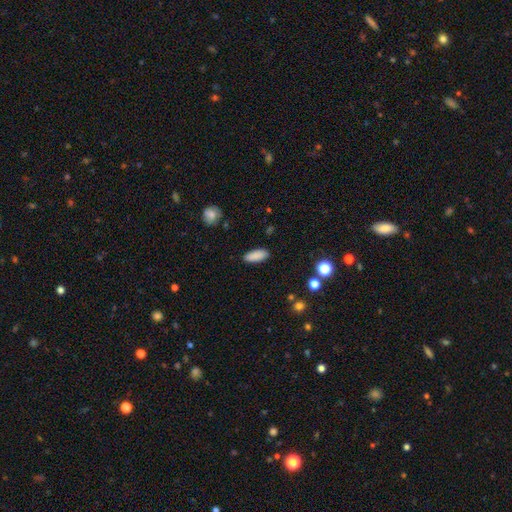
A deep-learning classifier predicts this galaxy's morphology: A smooth galaxy with no disk features (88%) that is in between round and cigar-shaped (75%).

Vote fractions:
- Smooth or featured? smooth: 88% / star or artifact: 7% / featured or disk: 4%
- How rounded? in between: 75% / cigar-shaped: 23% / round: 2%
- Merging? none: 89% / minor disturbance: 8% / major disturbance: 2% / merger: 1%